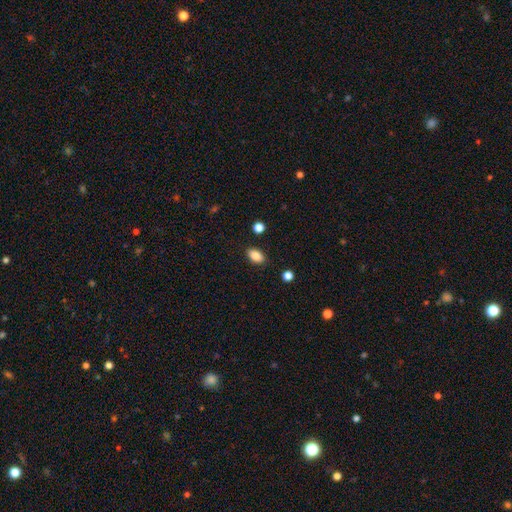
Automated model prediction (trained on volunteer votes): A smooth galaxy with no disk features (86%) that is in between round and cigar-shaped (89%).

Vote fractions:
- Smooth or featured? smooth: 86% / star or artifact: 8% / featured or disk: 5%
- How rounded? in between: 89% / round: 9% / cigar-shaped: 2%
- Merging? none: 86% / minor disturbance: 10% / major disturbance: 2% / merger: 2%